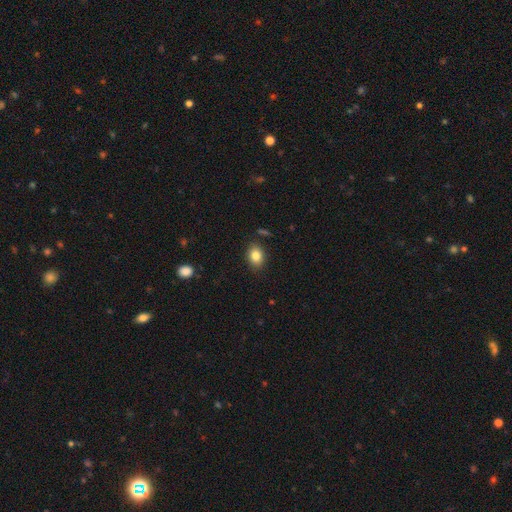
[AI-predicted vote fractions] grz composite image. It shows a smooth galaxy with no disk features (83%) that is in between round and cigar-shaped (67%). Merging: none (85%).